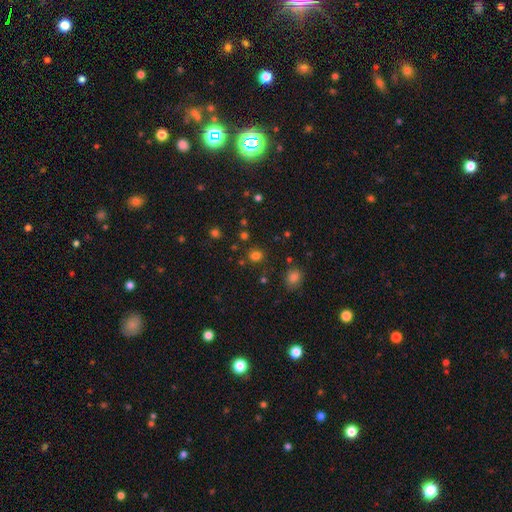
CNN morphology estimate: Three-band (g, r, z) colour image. It shows a smooth galaxy with no disk features (74%) that is round (81%). Merging: none (83%).